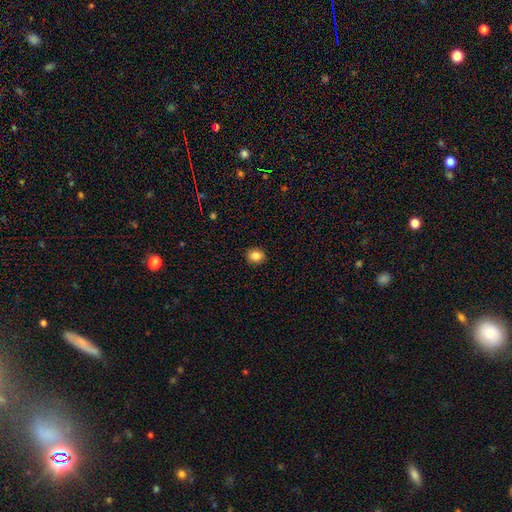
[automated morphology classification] Smooth or featured?
  - smooth: 85% *
  - star or artifact: 10%
  - featured or disk: 6%
How rounded?
  - round: 69% *
  - in between: 30%
  - cigar-shaped: 1%
Merging?
  - none: 91% *
  - minor disturbance: 6%
  - major disturbance: 2%
  - merger: 1%